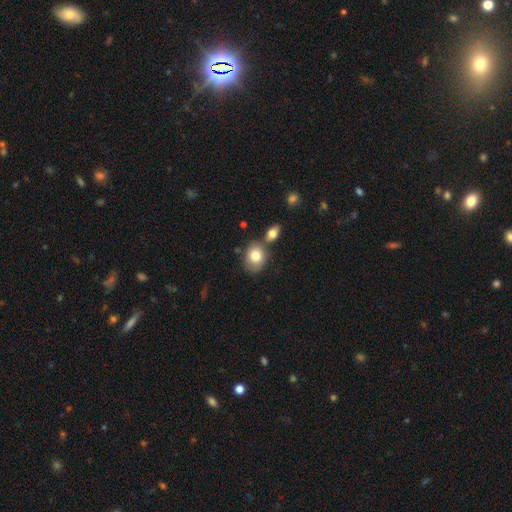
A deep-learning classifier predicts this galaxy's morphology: Smooth or featured?
  - smooth: 78% *
  - featured or disk: 14%
  - star or artifact: 8%
How rounded?
  - in between: 52% *
  - round: 47%
  - cigar-shaped: 1%
Merging?
  - none: 56% *
  - merger: 25%
  - minor disturbance: 15%
  - major disturbance: 4%